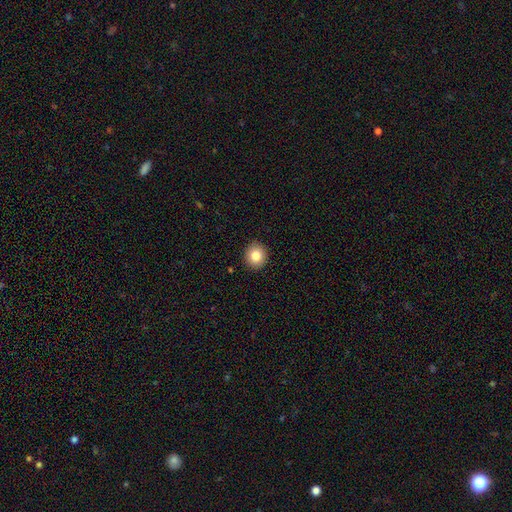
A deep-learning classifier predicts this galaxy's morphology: smooth_or_featured: smooth (p=0.84) [alt: star or artifact p=0.09]
how_rounded: round (p=0.84) [alt: in between p=0.15]
merging: none (p=0.92) [alt: minor disturbance p=0.06]